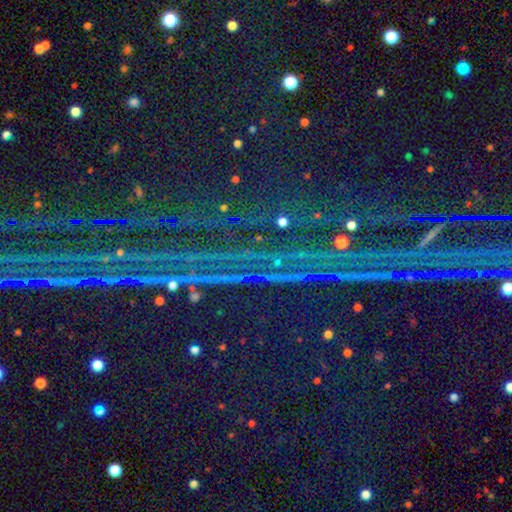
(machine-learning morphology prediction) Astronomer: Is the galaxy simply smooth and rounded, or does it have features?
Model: star or artifact — 88%.